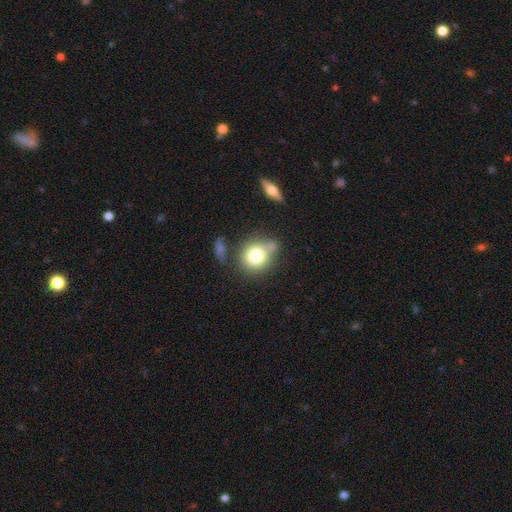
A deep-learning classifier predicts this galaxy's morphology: A smooth galaxy with no disk features (78%) that is round (79%). Merging: none (59%).